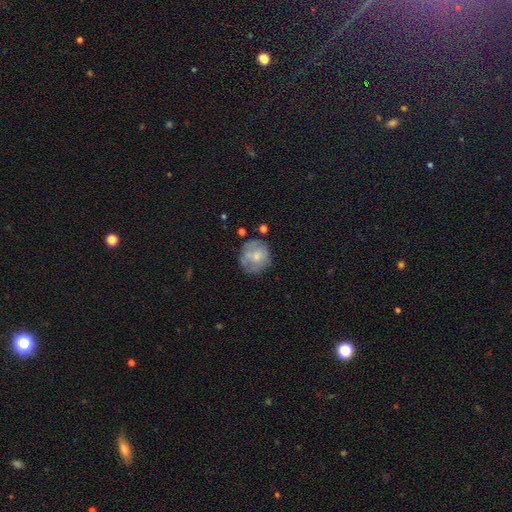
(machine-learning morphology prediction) smooth-or-featured: smooth: 58% | featured or disk: 34% | star or artifact: 8%
  how-rounded: round: 86% | in between: 13% | cigar-shaped: 1%
  merging: none: 64% | minor disturbance: 22% | major disturbance: 9% | merger: 5%